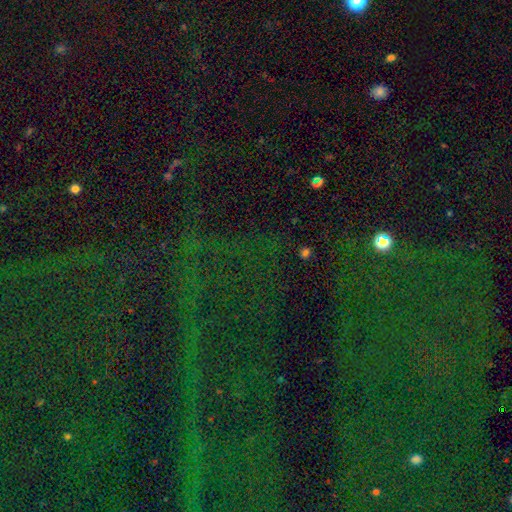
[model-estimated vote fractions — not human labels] Smooth or featured: star or artifact — 80% (smooth — 11%)